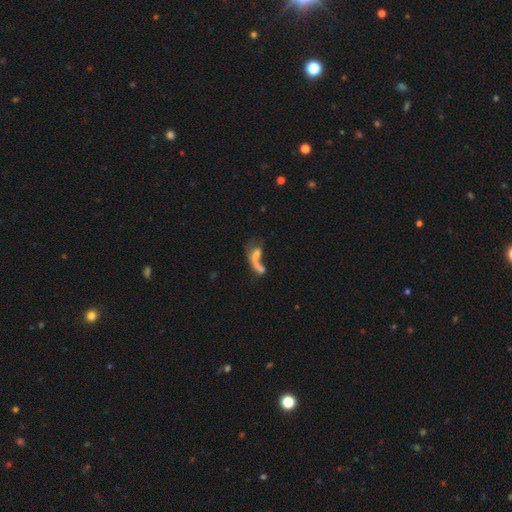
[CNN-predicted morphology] smooth-or-featured: smooth: 51% | featured or disk: 36% | star or artifact: 13%
  how-rounded: in between: 60% | cigar-shaped: 30% | round: 10%
  merging: merger: 47% | major disturbance: 26% | none: 19% | minor disturbance: 9%